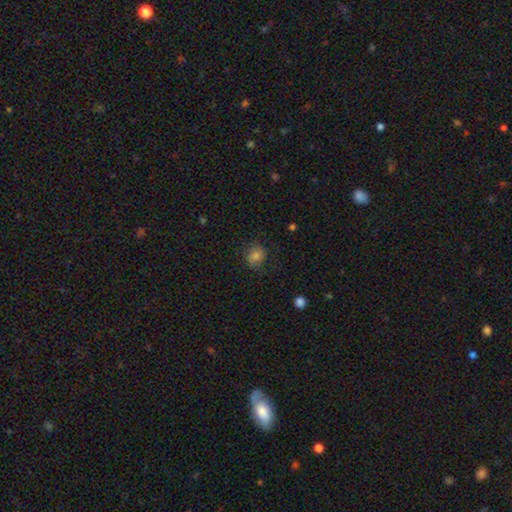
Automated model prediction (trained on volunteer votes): smooth-or-featured: smooth: 67% | featured or disk: 18% | star or artifact: 15%
  how-rounded: round: 70% | in between: 29% | cigar-shaped: 1%
  merging: none: 72% | minor disturbance: 19% | major disturbance: 7% | merger: 1%